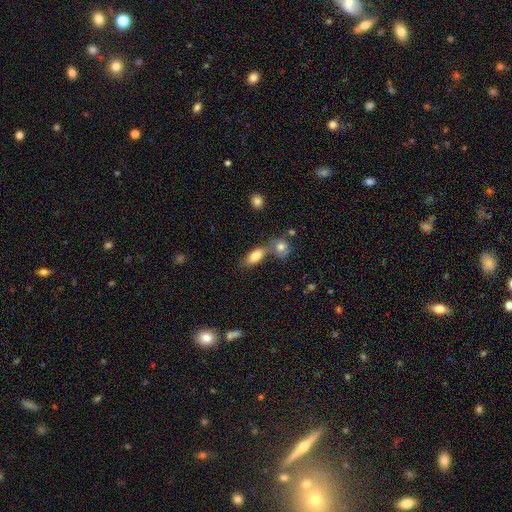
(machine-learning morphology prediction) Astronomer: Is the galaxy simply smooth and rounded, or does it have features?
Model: smooth — 80%.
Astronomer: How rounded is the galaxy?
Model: in between — 85%.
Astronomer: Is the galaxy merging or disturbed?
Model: none — 46% (runner-up: merger, 37%).